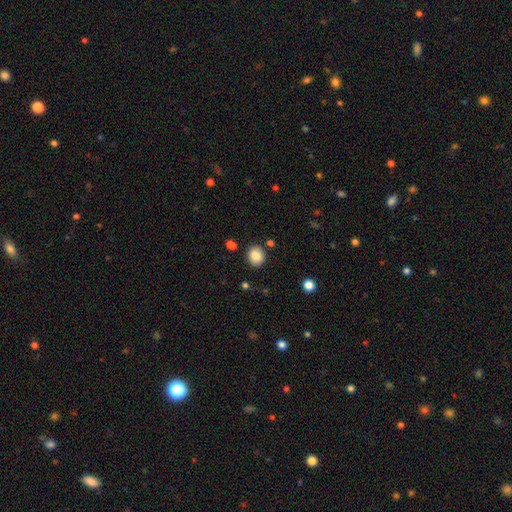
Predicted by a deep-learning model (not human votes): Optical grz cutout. It shows a smooth galaxy with no disk features (84%) that is round (68%). Merging: none (86%).